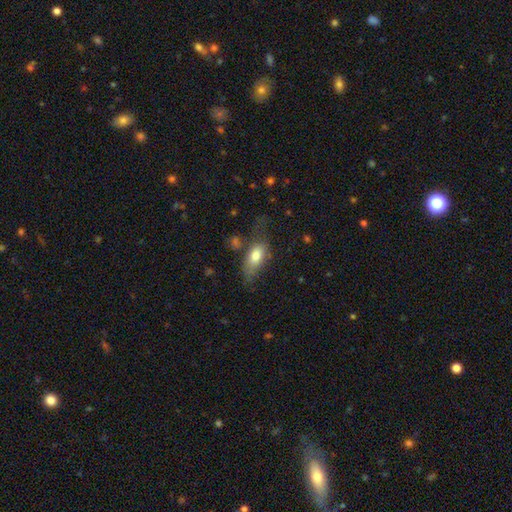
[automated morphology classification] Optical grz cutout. It shows a smooth galaxy with no disk features (75%) that is in between round and cigar-shaped (86%). Merging: none (45%).